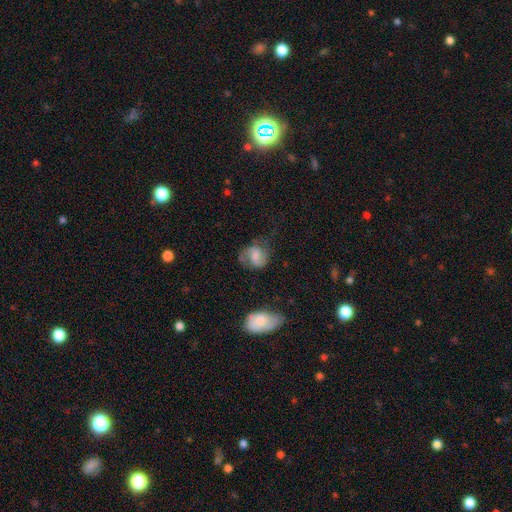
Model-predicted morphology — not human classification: A featured or disk galaxy (47%).

Vote fractions:
- Smooth or featured? featured or disk: 47% / smooth: 44% / star or artifact: 9%
- Merging? none: 52% / minor disturbance: 26% / major disturbance: 18% / merger: 4%